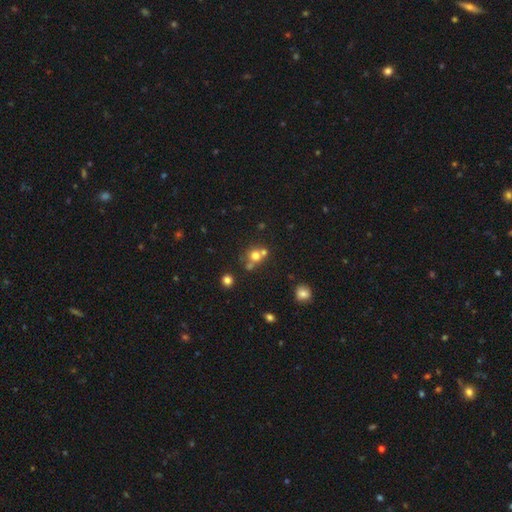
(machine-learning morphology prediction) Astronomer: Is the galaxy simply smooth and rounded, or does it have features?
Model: smooth — 67%.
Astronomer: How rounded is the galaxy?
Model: round — 84%.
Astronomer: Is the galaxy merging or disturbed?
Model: none — 49% (runner-up: merger, 39%).